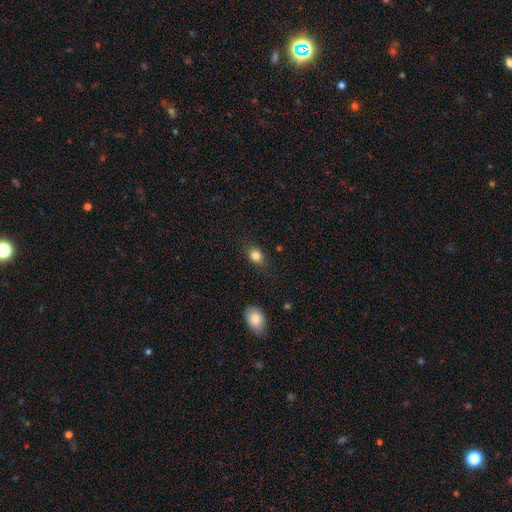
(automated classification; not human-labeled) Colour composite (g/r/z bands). It shows a smooth galaxy with no disk features (83%) that is in between round and cigar-shaped (67%). Merging: none (81%).